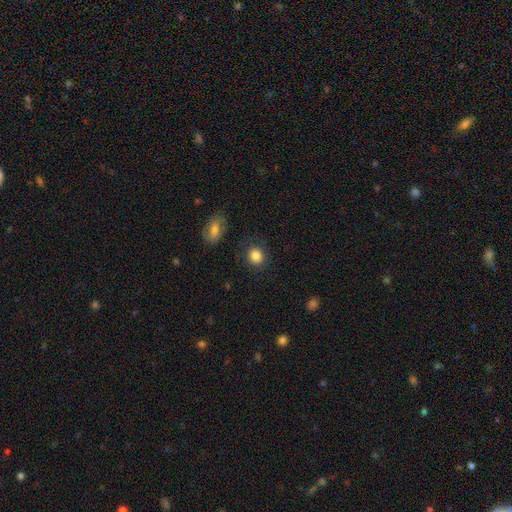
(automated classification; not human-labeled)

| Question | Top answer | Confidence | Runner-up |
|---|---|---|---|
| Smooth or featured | smooth | 86% | star or artifact (9%) |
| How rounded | round | 76% | in between (23%) |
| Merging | none | 86% | minor disturbance (9%) |